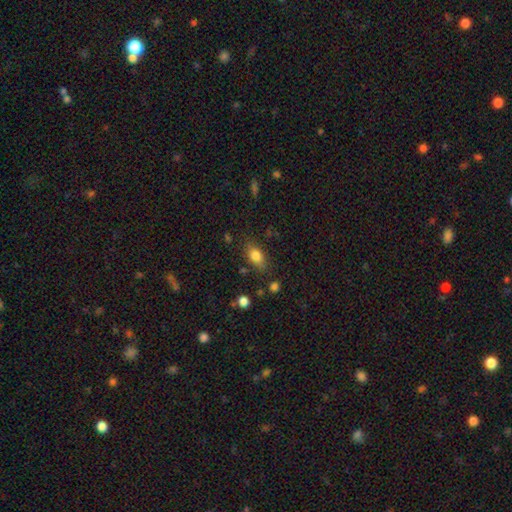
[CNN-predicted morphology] Smooth or featured? smooth (82%)
How rounded? in between (83%)
Merging? none (75%)